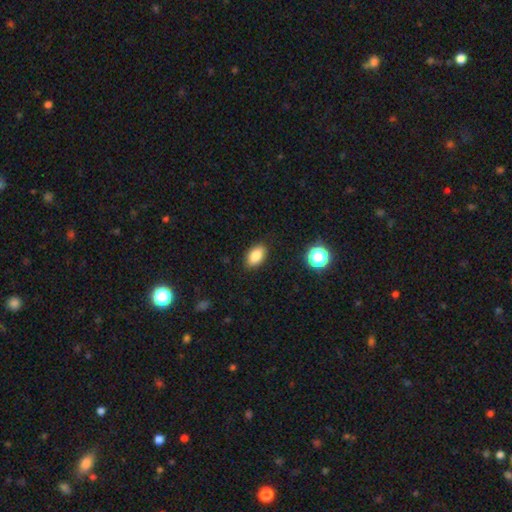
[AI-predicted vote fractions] Q: Smooth or featured?
A: smooth (84%); runner-up: star or artifact (9%)
Q: How rounded?
A: in between (89%); runner-up: round (9%)
Q: Merging?
A: none (87%); runner-up: minor disturbance (10%)